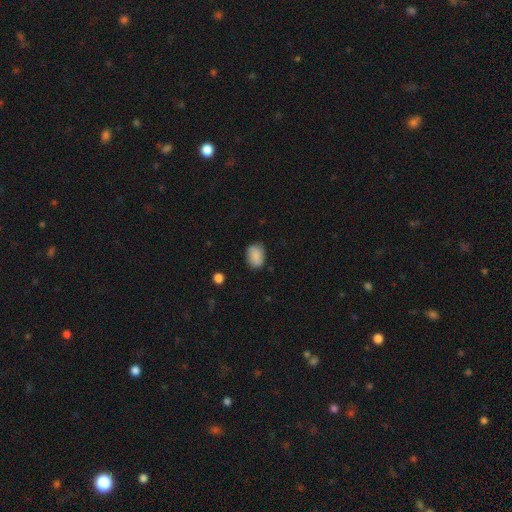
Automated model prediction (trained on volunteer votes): A smooth galaxy with no disk features (86%) that is in between round and cigar-shaped (76%). Merging: none (77%).